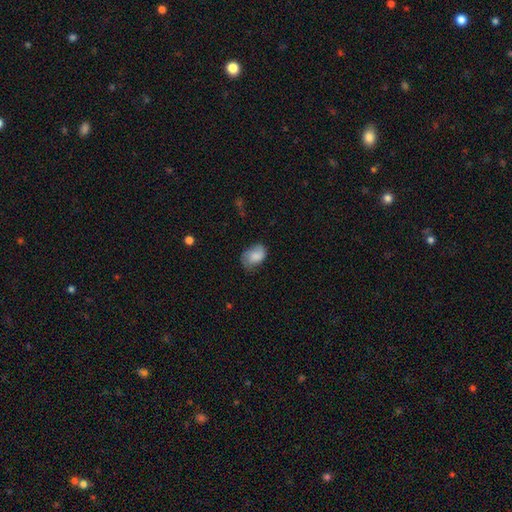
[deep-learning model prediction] Smooth or featured?
  - smooth: 75% *
  - featured or disk: 17%
  - star or artifact: 8%
How rounded?
  - in between: 79% *
  - round: 20%
  - cigar-shaped: 1%
Merging?
  - none: 56% *
  - minor disturbance: 33%
  - major disturbance: 10%
  - merger: 2%